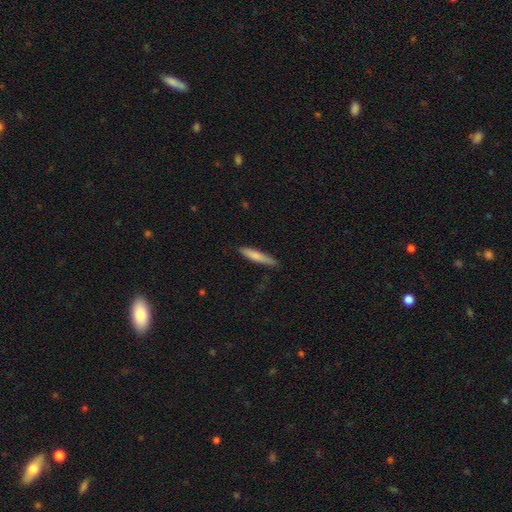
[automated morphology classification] Smooth or featured?
  - smooth: 76% *
  - featured or disk: 18%
  - star or artifact: 6%
How rounded?
  - cigar-shaped: 90% *
  - in between: 9%
  - round: 1%
Merging?
  - none: 80% *
  - minor disturbance: 16%
  - major disturbance: 2%
  - merger: 1%